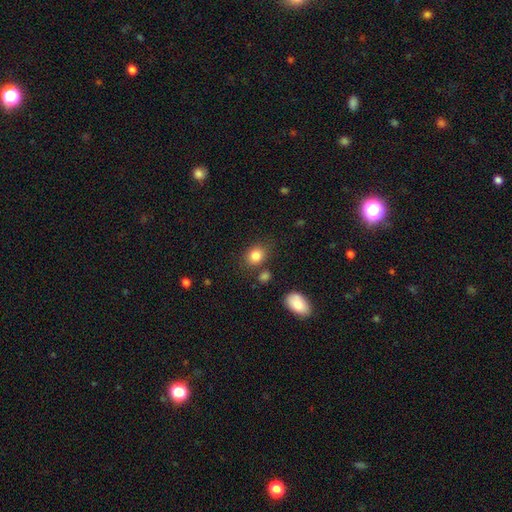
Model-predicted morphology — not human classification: This appears to be a smooth galaxy with no disk features (83%) that is round (52%). Merging: none (76%).